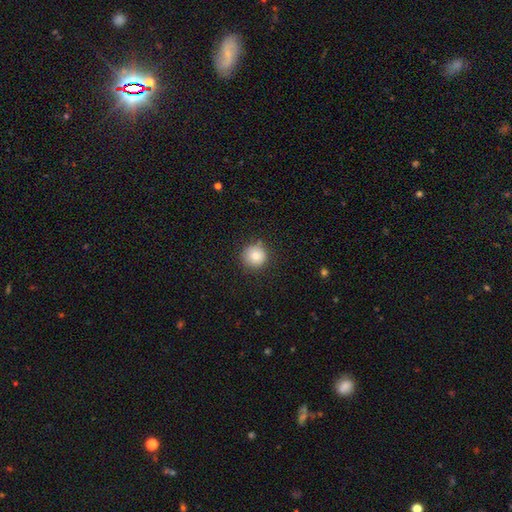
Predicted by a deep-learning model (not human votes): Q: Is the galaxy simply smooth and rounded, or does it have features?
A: smooth — 85%.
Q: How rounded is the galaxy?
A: round — 93%.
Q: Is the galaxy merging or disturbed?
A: none — 83%.